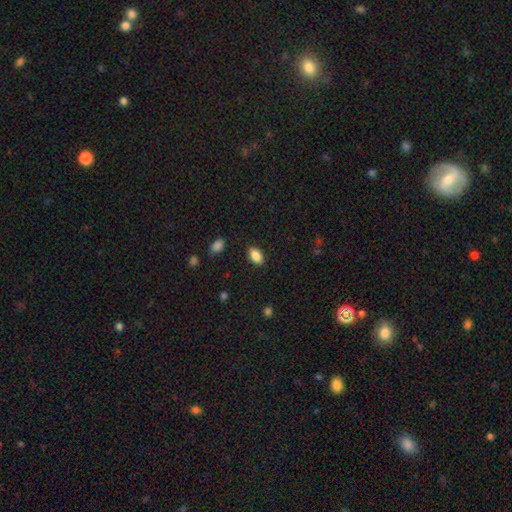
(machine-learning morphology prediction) type=smooth (87%); roundness=in between (91%); merging=none (87%).